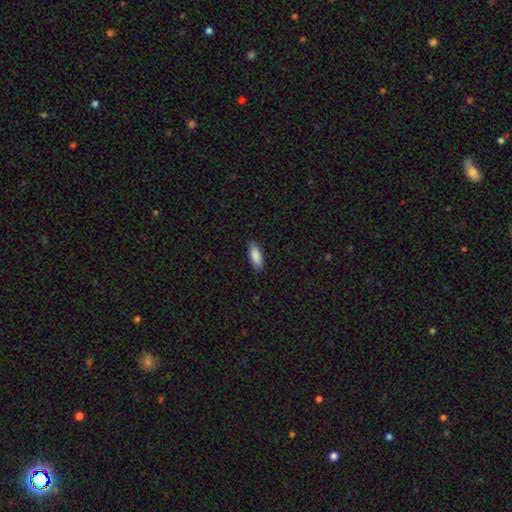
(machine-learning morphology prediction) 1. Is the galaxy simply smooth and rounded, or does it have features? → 89% smooth, 6% star or artifact, 5% featured or disk.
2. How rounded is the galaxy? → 72% in between, 27% cigar-shaped, 2% round.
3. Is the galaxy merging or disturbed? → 89% none, 9% minor disturbance, 2% major disturbance, 1% merger.